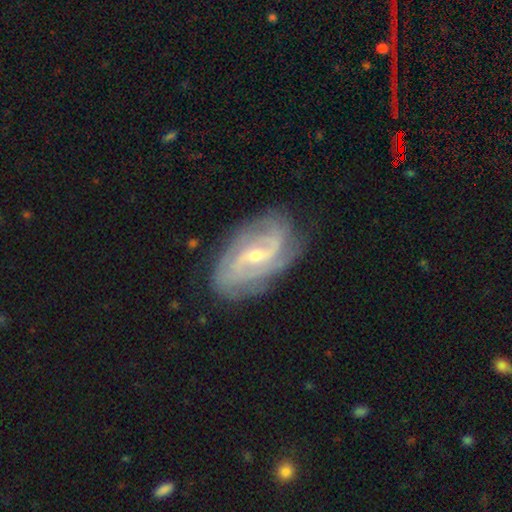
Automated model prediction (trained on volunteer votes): A featured or disk galaxy (89%) with a weak bar (52%), 2 (57%) medium (44%) spiral arms (97%) and a small central bulge (63%). Merging: none (77%).